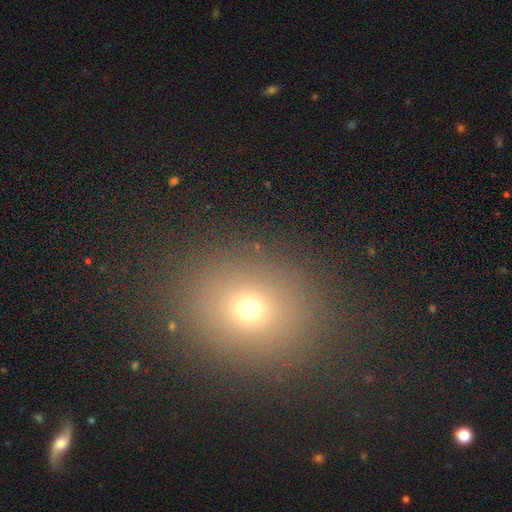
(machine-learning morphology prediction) Q: Smooth or featured?
A: smooth (67%); runner-up: star or artifact (23%)
Q: How rounded?
A: round (65%); runner-up: in between (33%)
Q: Merging?
A: none (87%); runner-up: minor disturbance (7%)